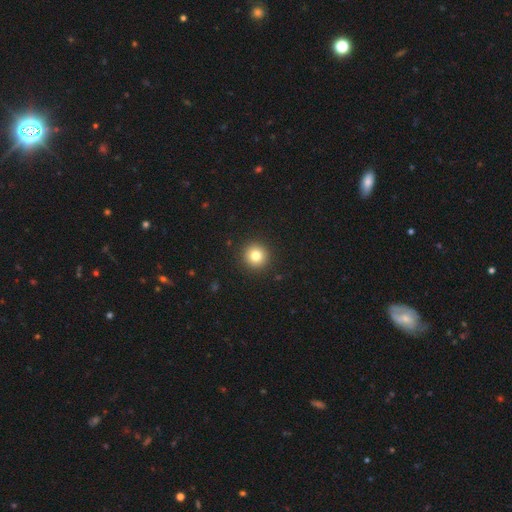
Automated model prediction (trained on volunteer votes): smooth_or_featured: smooth (p=0.81) [alt: star or artifact p=0.11]
how_rounded: round (p=0.95) [alt: in between p=0.04]
merging: none (p=0.93) [alt: minor disturbance p=0.05]